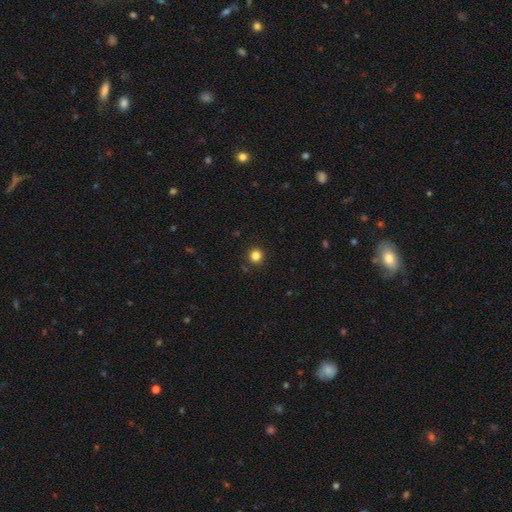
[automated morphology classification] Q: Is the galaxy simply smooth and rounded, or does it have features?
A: smooth — 83%.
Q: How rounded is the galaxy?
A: round — 94%.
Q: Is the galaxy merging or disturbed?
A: none — 92%.